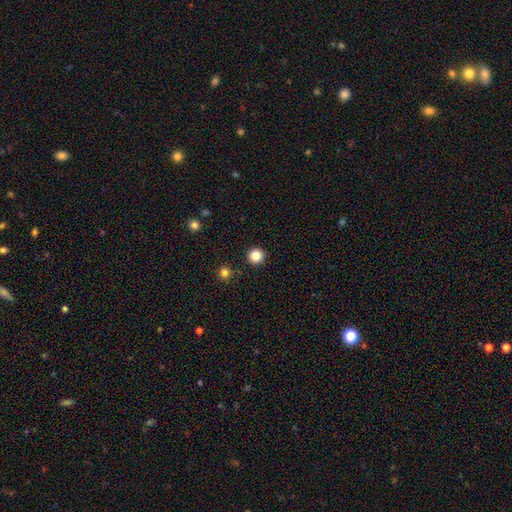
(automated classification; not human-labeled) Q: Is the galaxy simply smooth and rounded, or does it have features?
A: smooth — 85%.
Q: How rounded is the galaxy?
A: round — 96%.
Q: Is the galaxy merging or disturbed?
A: none — 93%.